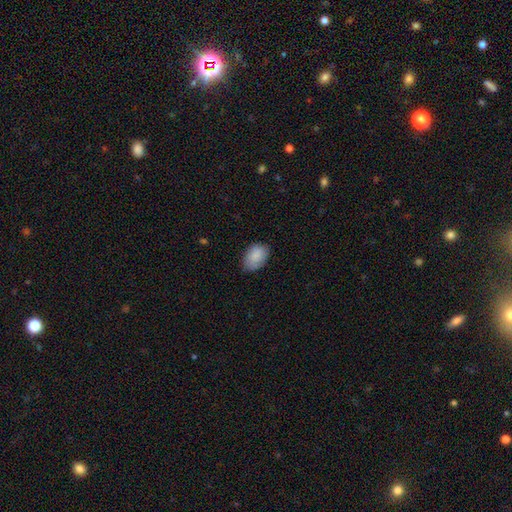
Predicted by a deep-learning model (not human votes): A smooth galaxy with no disk features (87%) that is in between round and cigar-shaped (87%).

Vote fractions:
- Smooth or featured? smooth: 87% / featured or disk: 7% / star or artifact: 6%
- How rounded? in between: 87% / round: 12% / cigar-shaped: 1%
- Merging? none: 75% / minor disturbance: 21% / major disturbance: 4% / merger: 1%